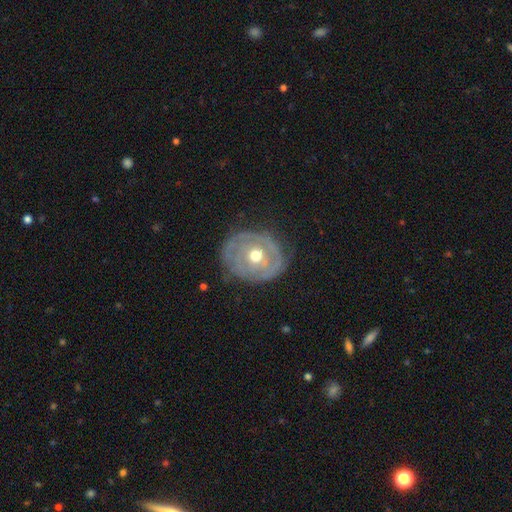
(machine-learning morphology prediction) The model was most divided on "spiral arms": yes: 51%, no: 49%. More confident: edge-on disk — no (95%); bar — no (84%); bulge size — moderate (76%); merging — none (69%); smooth or featured — featured or disk (67%).